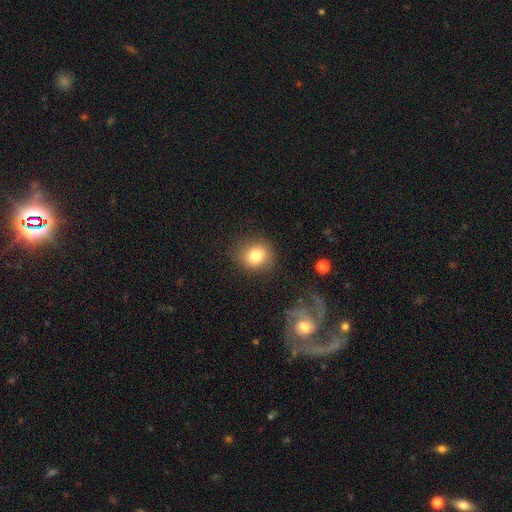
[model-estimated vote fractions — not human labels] A smooth galaxy with no disk features (80%) that is round (76%).

Vote fractions:
- Smooth or featured? smooth: 80% / star or artifact: 11% / featured or disk: 9%
- How rounded? round: 76% / in between: 23% / cigar-shaped: 1%
- Merging? none: 85% / minor disturbance: 10% / major disturbance: 4% / merger: 1%